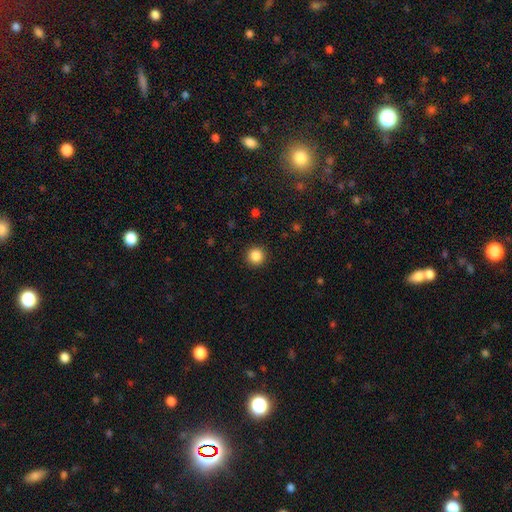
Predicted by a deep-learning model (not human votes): Smooth or featured?
  - smooth: 86% *
  - star or artifact: 10%
  - featured or disk: 3%
How rounded?
  - round: 95% *
  - in between: 4%
  - cigar-shaped: 1%
Merging?
  - none: 92% *
  - minor disturbance: 5%
  - major disturbance: 2%
  - merger: 1%